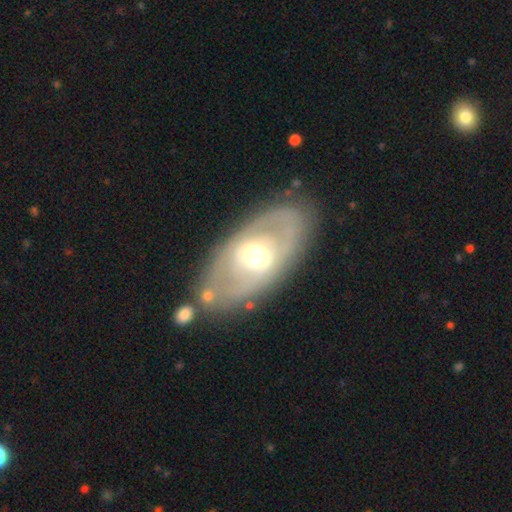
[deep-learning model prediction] Smooth or featured? featured or disk (67%)
Edge-on disk? no (88%)
Bar? no (45%)
Spiral arms? no (67%)
Bulge size? moderate (68%)
Merging? none (79%)